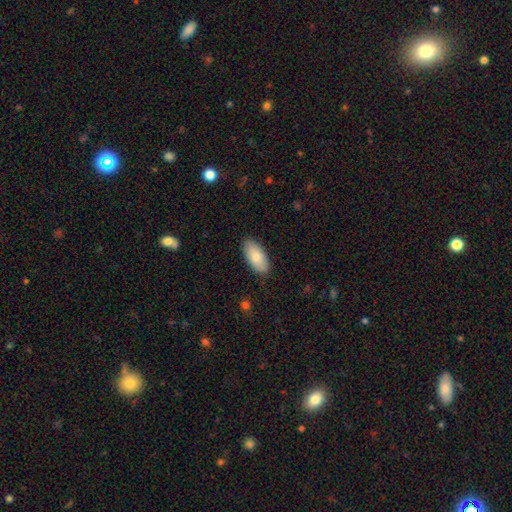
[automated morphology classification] smooth-or-featured: smooth: 82% | featured or disk: 12% | star or artifact: 6%
  how-rounded: in between: 92% | cigar-shaped: 6% | round: 2%
  merging: none: 87% | minor disturbance: 10% | major disturbance: 2% | merger: 1%